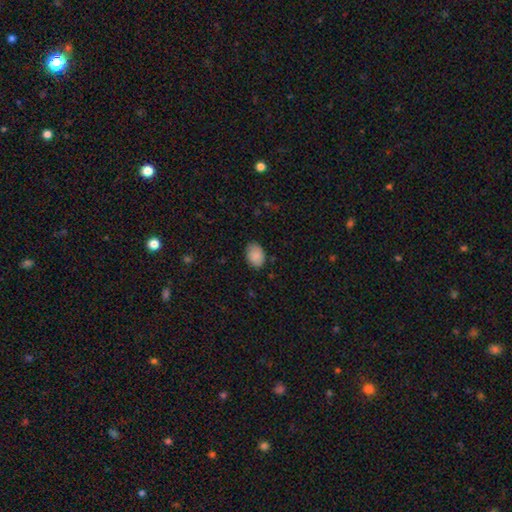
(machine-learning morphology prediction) The model was most divided on "how rounded": in between: 76%, round: 23%, cigar-shaped: 1%. More confident: smooth or featured — smooth (89%); merging — none (81%).